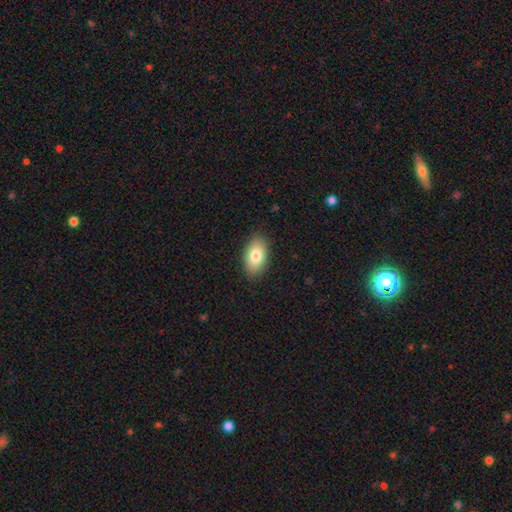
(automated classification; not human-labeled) Morphology: type=smooth (80%); roundness=in between (93%); merging=none (88%).